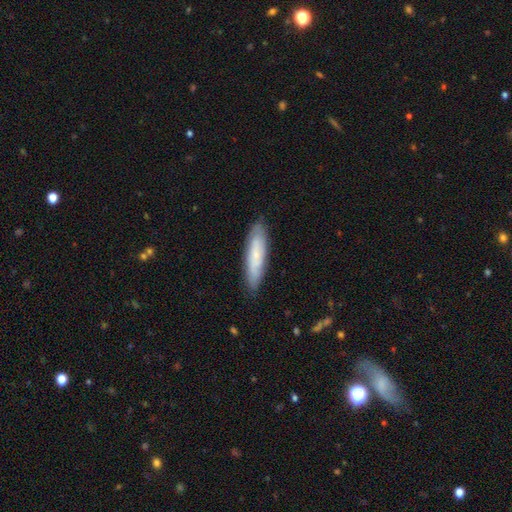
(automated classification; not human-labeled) Smooth or featured: smooth — 61% (featured or disk — 33%)
How rounded: cigar-shaped — 75% (in between — 24%)
Merging: none — 84% (minor disturbance — 13%)